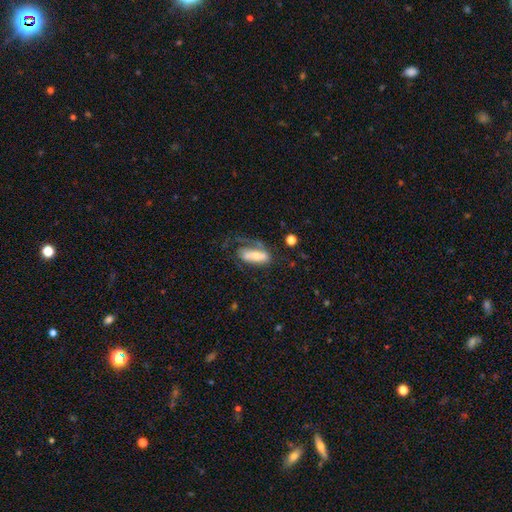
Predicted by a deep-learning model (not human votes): smooth_or_featured: smooth (p=0.51) [alt: featured or disk p=0.42]
how_rounded: in between (p=0.75) [alt: cigar-shaped p=0.22]
merging: major disturbance (p=0.39) [alt: none p=0.32]